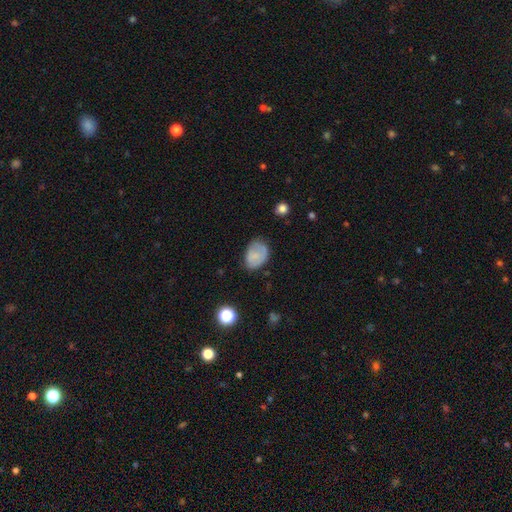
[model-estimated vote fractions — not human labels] A smooth galaxy with no disk features (71%) that is in between round and cigar-shaped (71%).

Vote fractions:
- Smooth or featured? smooth: 71% / featured or disk: 20% / star or artifact: 9%
- How rounded? in between: 71% / round: 28% / cigar-shaped: 1%
- Merging? none: 62% / minor disturbance: 27% / major disturbance: 9% / merger: 2%